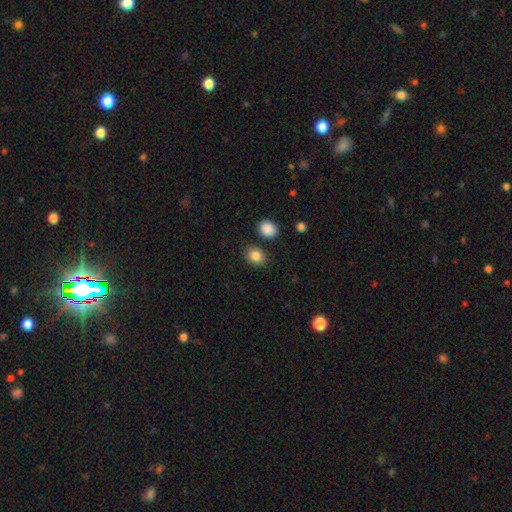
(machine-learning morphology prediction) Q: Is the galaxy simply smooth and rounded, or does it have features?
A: smooth — 85%.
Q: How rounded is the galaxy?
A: in between — 51%.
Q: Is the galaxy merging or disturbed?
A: none — 82%.